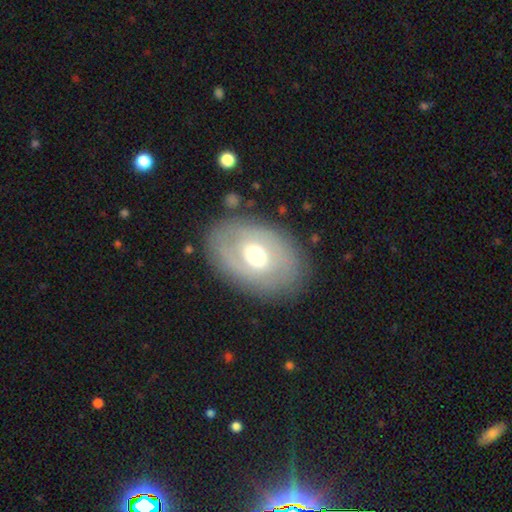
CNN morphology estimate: This is possibly a featured or disk galaxy (55%). It is clearly not viewed edge-on (92%). Bar: likely no (65%). Spiral arm pattern: likely no (68%). Central bulge: likely moderate (68%). Merging: clearly none (80%).